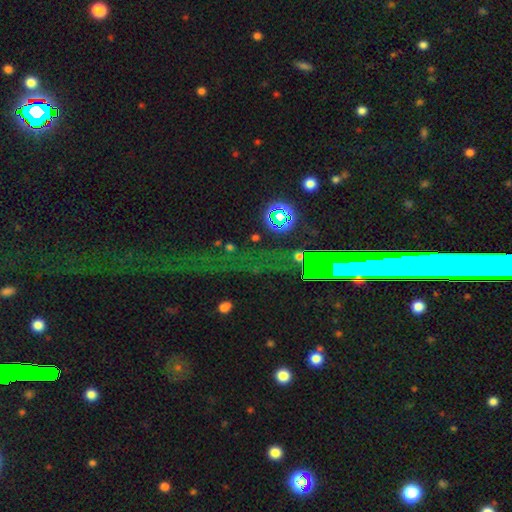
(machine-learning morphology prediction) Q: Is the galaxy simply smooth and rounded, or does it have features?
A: star or artifact — 55%.